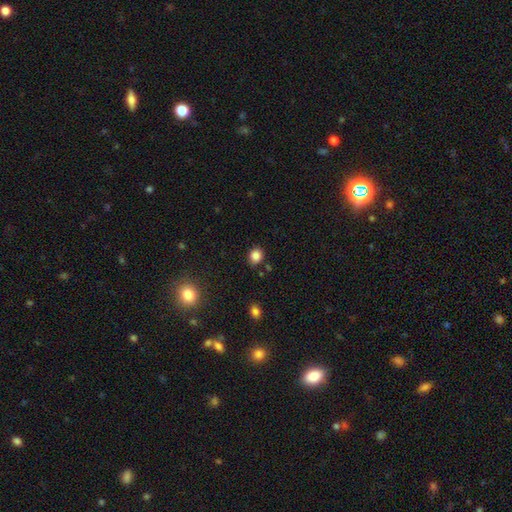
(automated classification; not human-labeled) smooth-or-featured: smooth: 85% | star or artifact: 11% | featured or disk: 4%
  how-rounded: round: 68% | in between: 31% | cigar-shaped: 1%
  merging: none: 84% | minor disturbance: 10% | merger: 3% | major disturbance: 2%